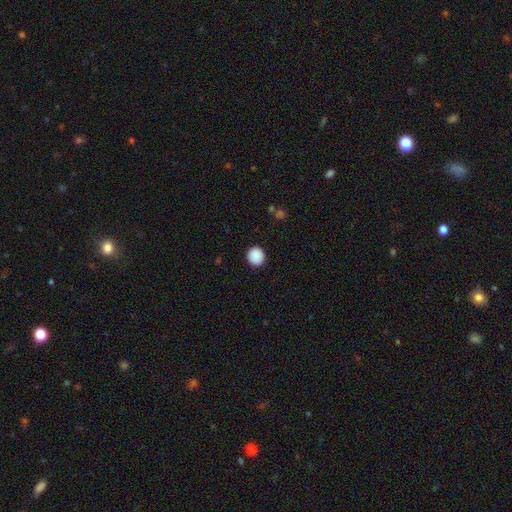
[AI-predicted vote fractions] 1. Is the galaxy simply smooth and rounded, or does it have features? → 90% smooth, 8% star or artifact, 2% featured or disk.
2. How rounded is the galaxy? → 91% round, 8% in between, 1% cigar-shaped.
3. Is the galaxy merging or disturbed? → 92% none, 5% minor disturbance, 2% major disturbance, 1% merger.